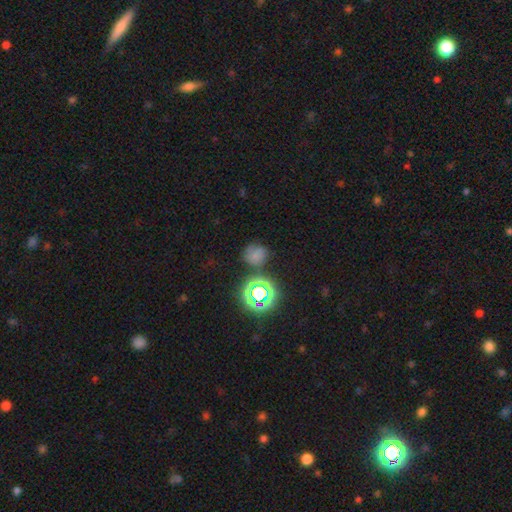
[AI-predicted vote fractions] Smooth or featured? Predicted: smooth (p=0.59). How rounded? Predicted: round (p=0.79). Merging? Predicted: none (p=0.62).